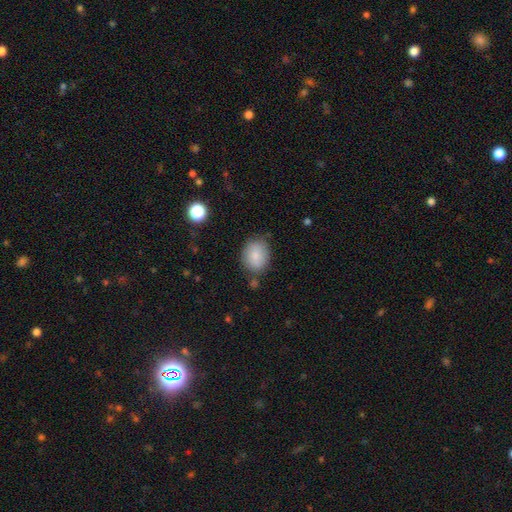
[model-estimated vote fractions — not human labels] Smooth or featured? smooth (84%)
How rounded? in between (57%)
Merging? none (74%)